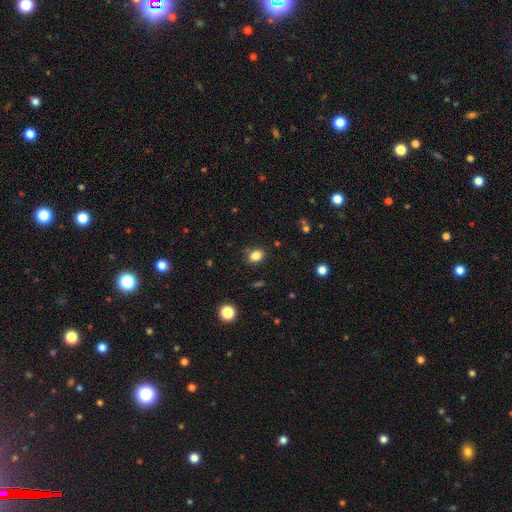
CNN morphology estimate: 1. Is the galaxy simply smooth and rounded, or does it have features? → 83% smooth, 11% star or artifact, 5% featured or disk.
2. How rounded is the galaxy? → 64% in between, 34% round, 1% cigar-shaped.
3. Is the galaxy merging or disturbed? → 82% none, 12% minor disturbance, 3% major disturbance, 3% merger.